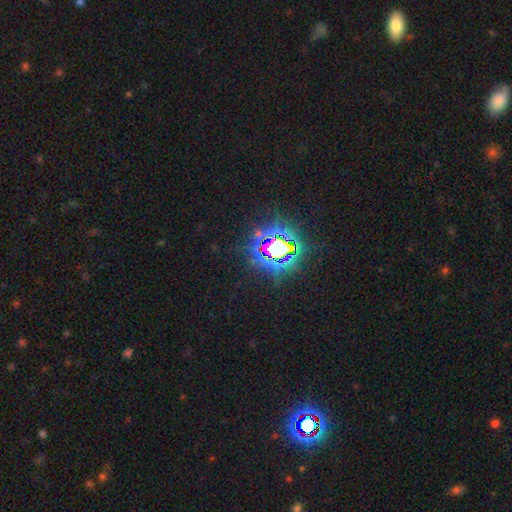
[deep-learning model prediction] Morphology: type=star or artifact (83%).